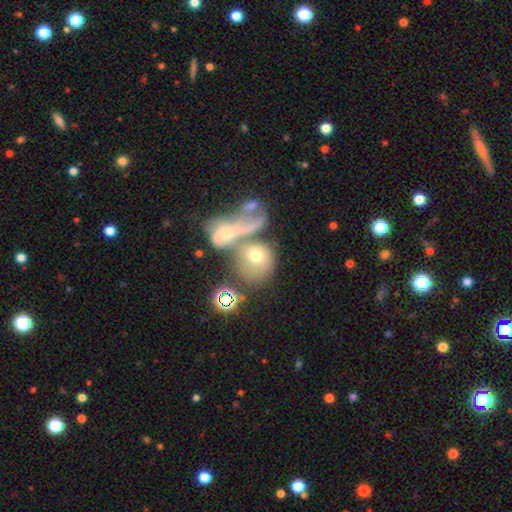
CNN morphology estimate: Smooth or featured? smooth (60%)
How rounded? round (69%)
Merging? merger (58%)